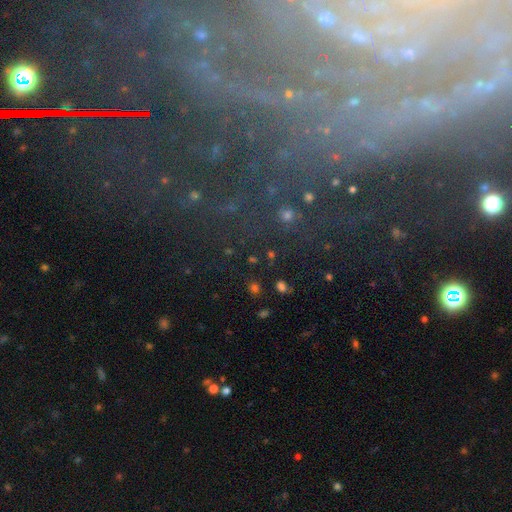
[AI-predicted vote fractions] A featured or disk galaxy (61%) with no bar (41%), spiral arms (85%) and a small central bulge (62%).

Vote fractions:
- Smooth or featured? featured or disk: 61% / star or artifact: 25% / smooth: 14%
- Edge-on disk? no: 89% / yes: 11%
- Bar? no: 41% / strong: 30% / weak: 29%
- Spiral arms? yes: 85% / no: 15%
- Bulge size? small: 62% / moderate: 22% / none: 7% / large: 5% / dominant: 3%
- Merging? none: 71% / minor disturbance: 14% / major disturbance: 10% / merger: 5%